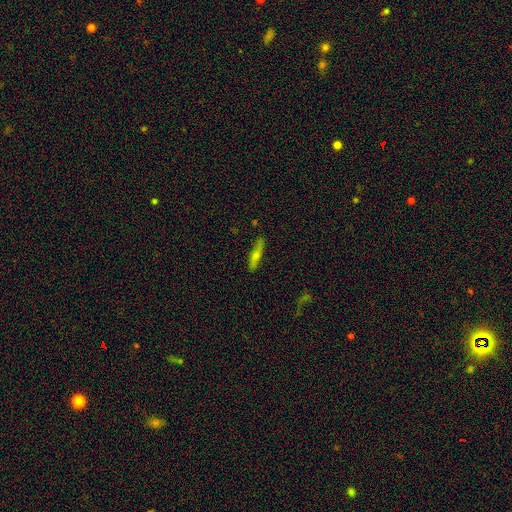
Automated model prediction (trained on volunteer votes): Overall: smooth (47%; featured or disk 43%). Merging: none (83%).